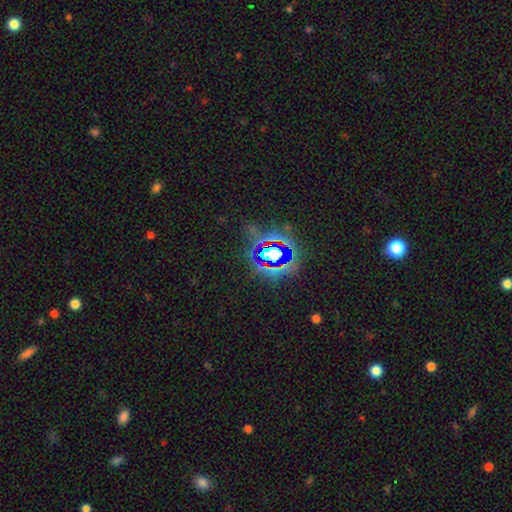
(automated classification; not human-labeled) Smooth or featured?
  - star or artifact: 79% *
  - smooth: 13%
  - featured or disk: 9%